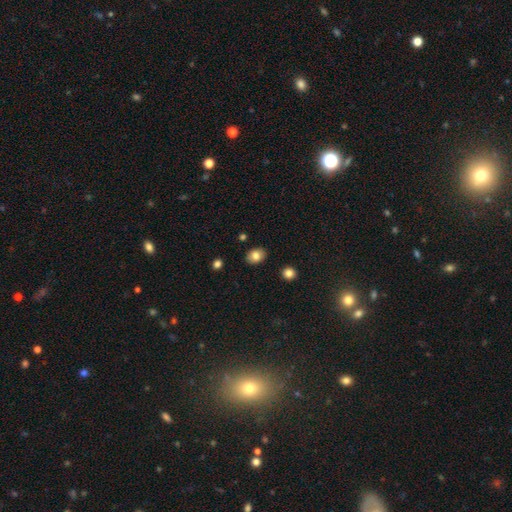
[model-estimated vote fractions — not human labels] A smooth galaxy with no disk features (83%) that is in between round and cigar-shaped (66%). Merging: none (88%).